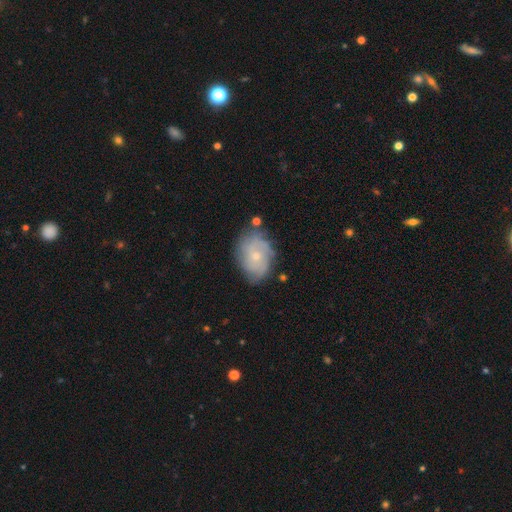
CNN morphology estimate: This appears to be a featured or disk galaxy (62%) with no bar (81%), spiral arms (82%) and a small central bulge (69%). Merging: none (70%).